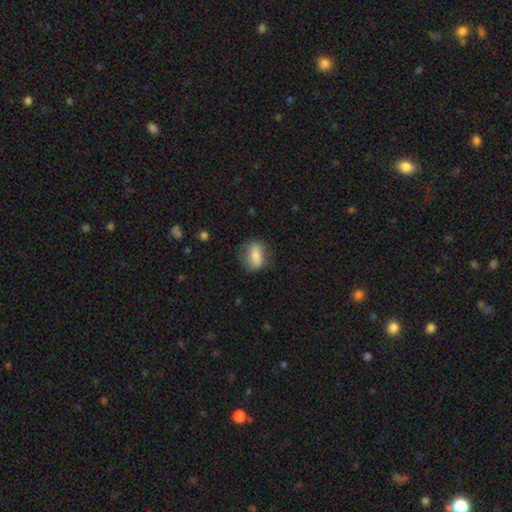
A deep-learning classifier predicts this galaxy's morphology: A smooth galaxy with no disk features (68%) that is in between round and cigar-shaped (73%). Merging: none (68%).